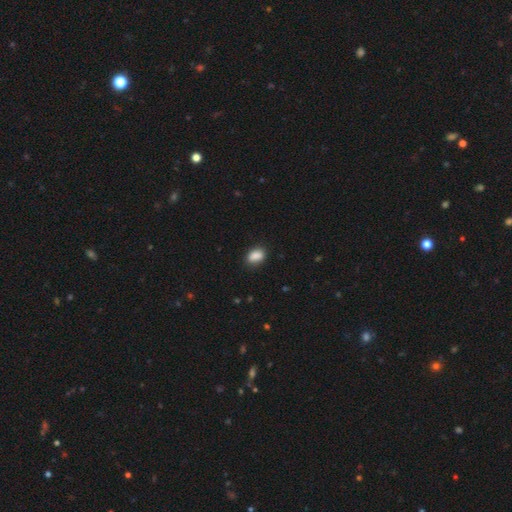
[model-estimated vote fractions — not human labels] A smooth galaxy with no disk features (88%) that is in between round and cigar-shaped (83%). Merging: none (82%).